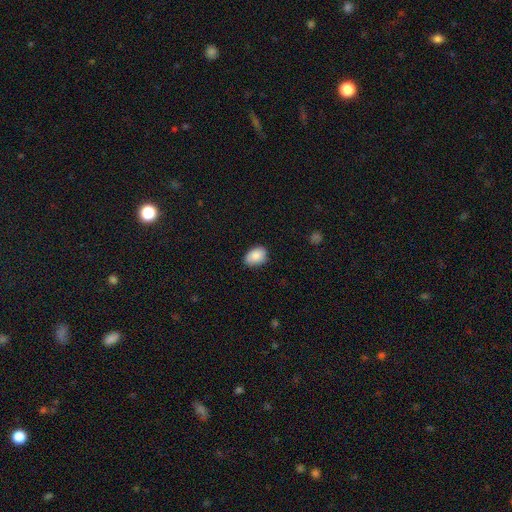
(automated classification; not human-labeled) Smooth or featured?
  - smooth: 88% *
  - star or artifact: 7%
  - featured or disk: 5%
How rounded?
  - in between: 81% *
  - round: 18%
  - cigar-shaped: 1%
Merging?
  - none: 80% *
  - minor disturbance: 16%
  - major disturbance: 2%
  - merger: 1%